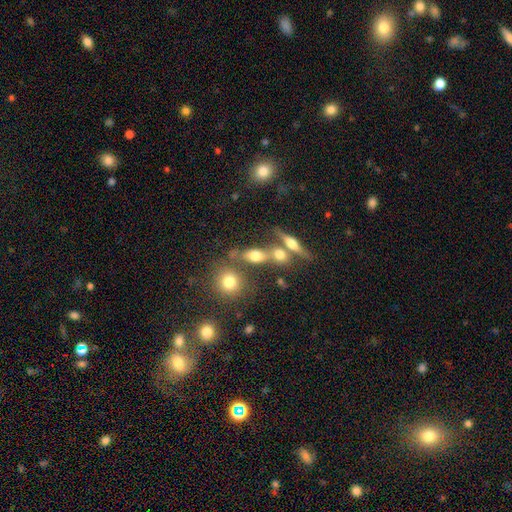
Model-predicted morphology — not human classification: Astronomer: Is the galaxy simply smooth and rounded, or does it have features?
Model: smooth — 61%.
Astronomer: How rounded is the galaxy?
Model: in between — 57%.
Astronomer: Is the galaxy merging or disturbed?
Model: none — 49% (runner-up: merger, 33%).